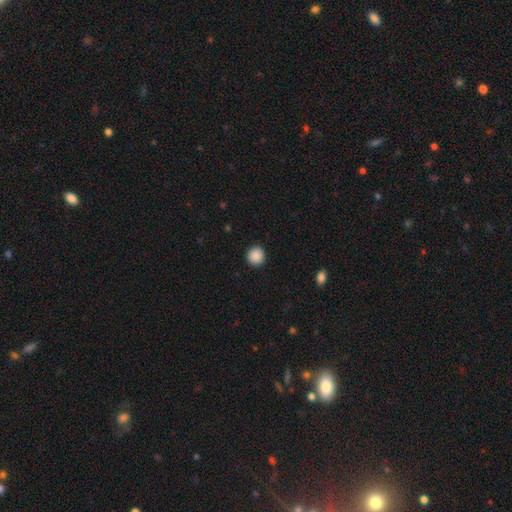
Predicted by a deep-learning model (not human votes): smooth-or-featured: smooth: 89% | star or artifact: 9% | featured or disk: 2%
  how-rounded: round: 94% | in between: 6% | cigar-shaped: 1%
  merging: none: 93% | minor disturbance: 5% | major disturbance: 2% | merger: 1%